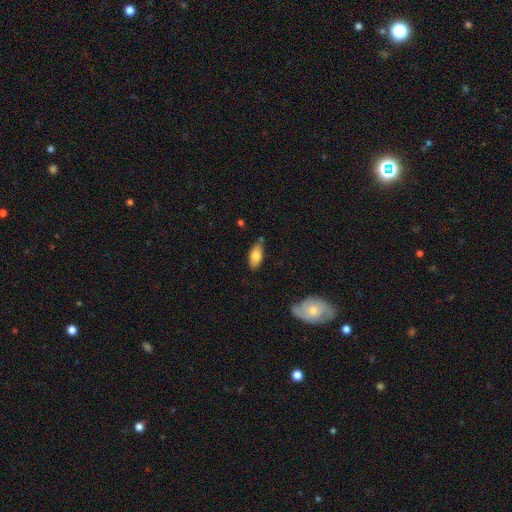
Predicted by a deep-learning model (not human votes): smooth-or-featured: smooth: 77% | featured or disk: 16% | star or artifact: 7%
  how-rounded: in between: 88% | cigar-shaped: 9% | round: 3%
  merging: none: 76% | minor disturbance: 17% | merger: 4% | major disturbance: 3%